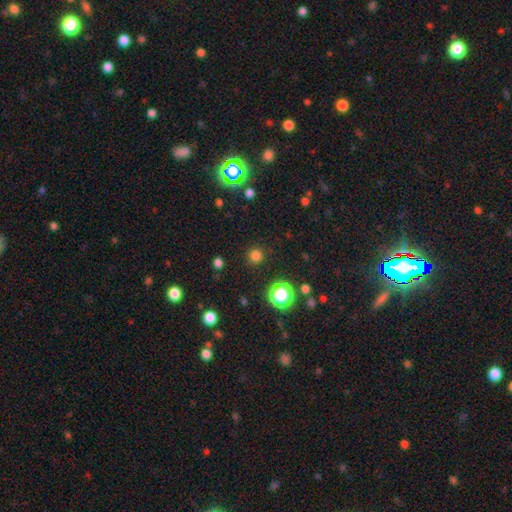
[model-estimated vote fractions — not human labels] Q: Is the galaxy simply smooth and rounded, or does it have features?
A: smooth — 77%.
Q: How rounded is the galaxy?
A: round — 94%.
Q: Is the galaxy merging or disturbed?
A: none — 90%.